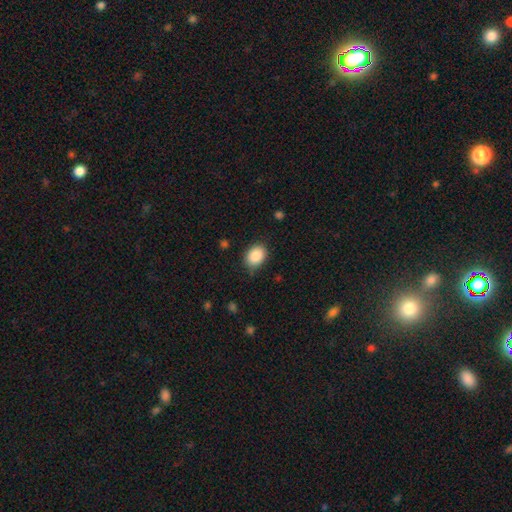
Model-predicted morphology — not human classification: Smooth or featured? smooth (88%)
How rounded? in between (64%)
Merging? none (80%)